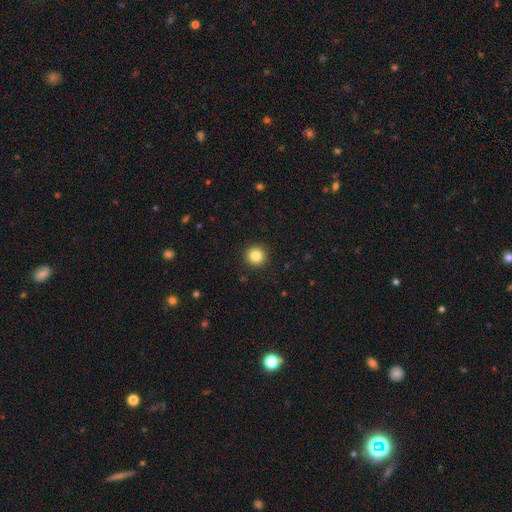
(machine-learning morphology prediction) smooth-or-featured: smooth: 84% | star or artifact: 11% | featured or disk: 5%
  how-rounded: round: 95% | in between: 4% | cigar-shaped: 1%
  merging: none: 93% | minor disturbance: 5% | major disturbance: 2% | merger: 1%